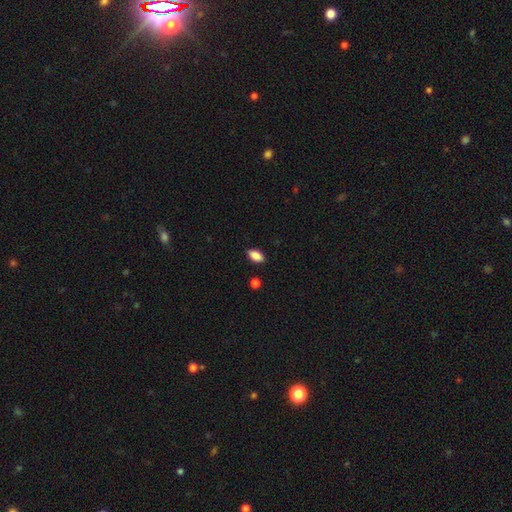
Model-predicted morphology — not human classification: A smooth galaxy with no disk features (86%) that is in between round and cigar-shaped (89%). Merging: none (87%).